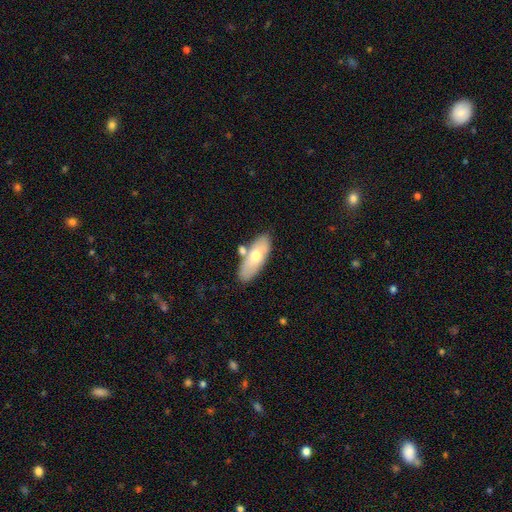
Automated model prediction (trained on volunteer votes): Overall: smooth (62%; featured or disk 32%). How rounded: in between (78%). Merging: none (71%).